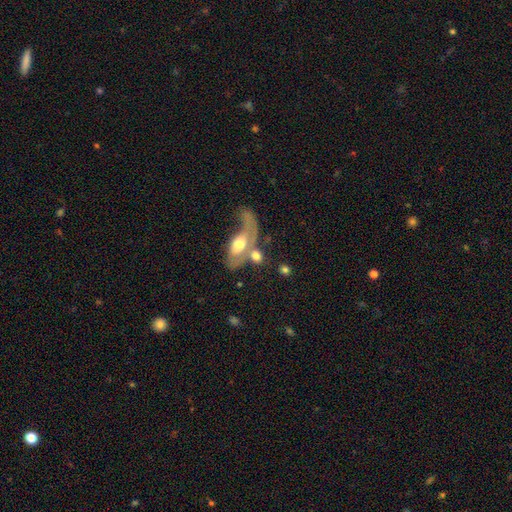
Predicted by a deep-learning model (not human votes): smooth-or-featured: smooth: 58% | featured or disk: 34% | star or artifact: 8%
  how-rounded: in between: 66% | round: 24% | cigar-shaped: 10%
  merging: merger: 49% | none: 22% | major disturbance: 18% | minor disturbance: 10%